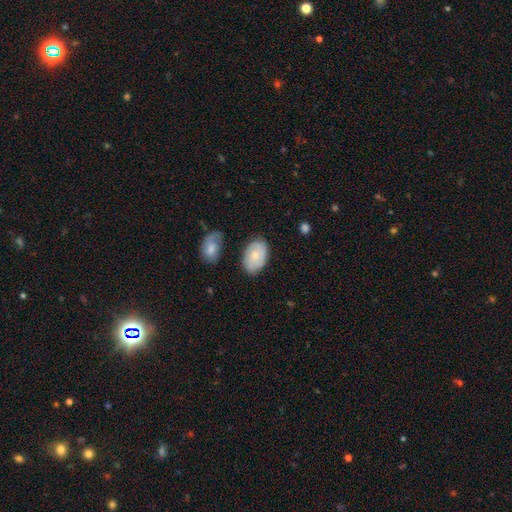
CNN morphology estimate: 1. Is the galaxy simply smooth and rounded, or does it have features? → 66% smooth, 28% featured or disk, 6% star or artifact.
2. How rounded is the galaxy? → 89% in between, 10% round, 1% cigar-shaped.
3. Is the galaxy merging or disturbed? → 69% none, 21% minor disturbance, 5% major disturbance, 5% merger.